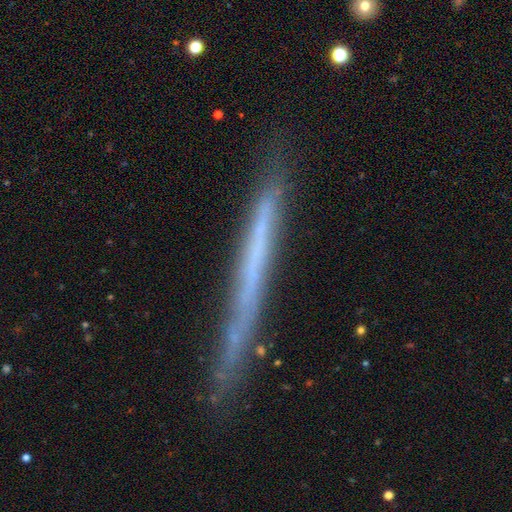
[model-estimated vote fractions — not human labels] Morphology: type=featured or disk (56%); edge-on=yes (95%); edge-on bulge=none (93%); merging=none (82%).